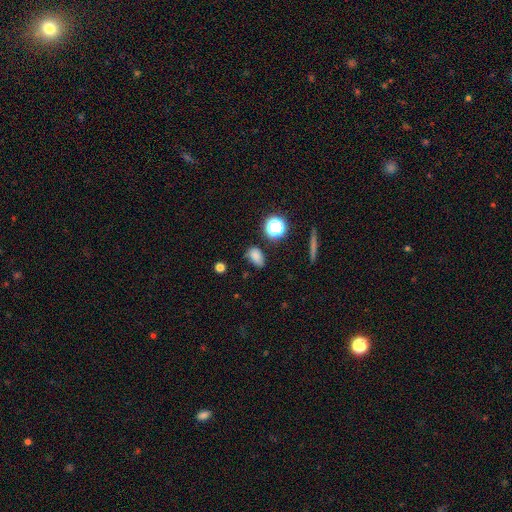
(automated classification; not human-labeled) smooth_or_featured: smooth (p=0.77) [alt: star or artifact p=0.15]
how_rounded: in between (p=0.80) [alt: round p=0.17]
merging: none (p=0.67) [alt: minor disturbance p=0.23]